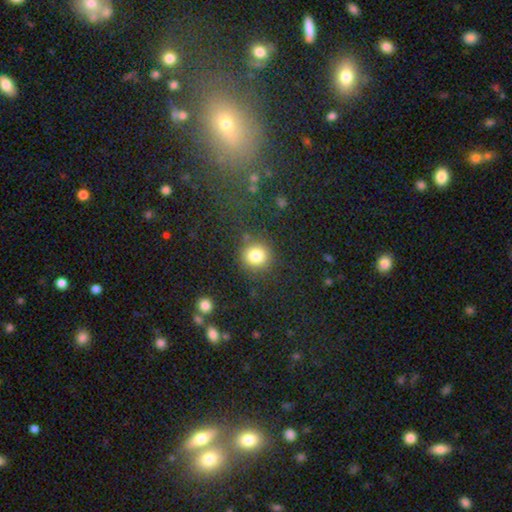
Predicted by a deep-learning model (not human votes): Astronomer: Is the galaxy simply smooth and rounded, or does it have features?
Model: smooth — 82%.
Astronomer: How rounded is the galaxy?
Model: round — 88%.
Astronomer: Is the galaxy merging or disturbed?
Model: none — 82%.